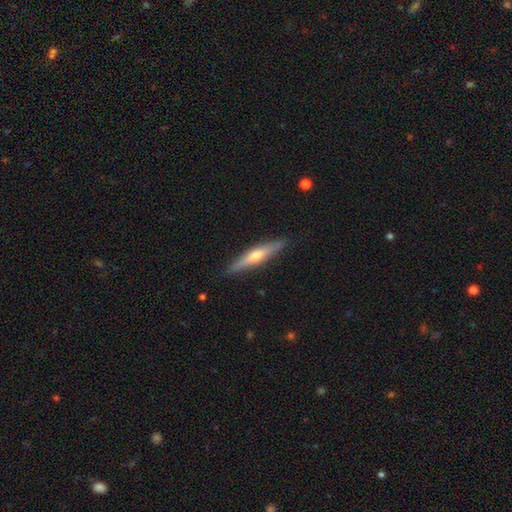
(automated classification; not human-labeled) smooth_or_featured: featured or disk (p=0.55) [alt: smooth p=0.39]
disk_edge_on: yes (p=0.94) [alt: no p=0.06]
edge_on_bulge: rounded (p=0.83) [alt: none p=0.11]
merging: none (p=0.89) [alt: minor disturbance p=0.09]